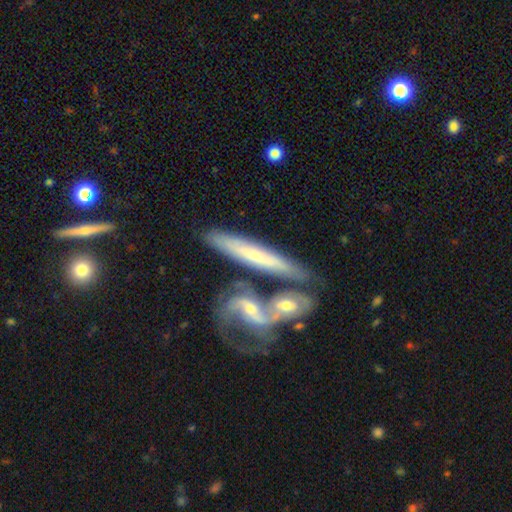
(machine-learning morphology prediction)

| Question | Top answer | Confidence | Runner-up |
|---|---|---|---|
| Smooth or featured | featured or disk | 64% | smooth (30%) |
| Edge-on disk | yes | 55% | no (45%) |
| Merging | none | 50% | merger (33%) |